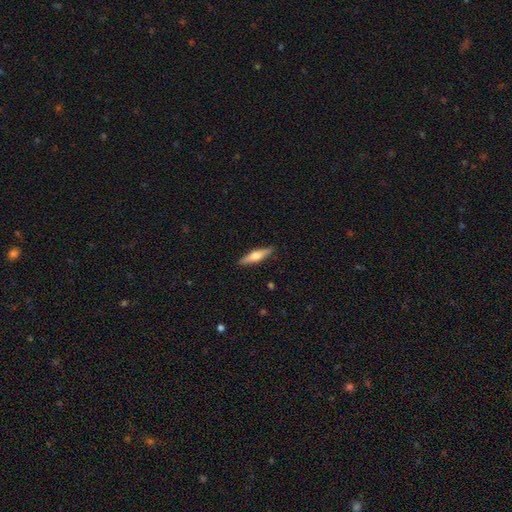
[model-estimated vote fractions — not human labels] This appears to be a featured or disk galaxy (49%). Merging: none (90%).